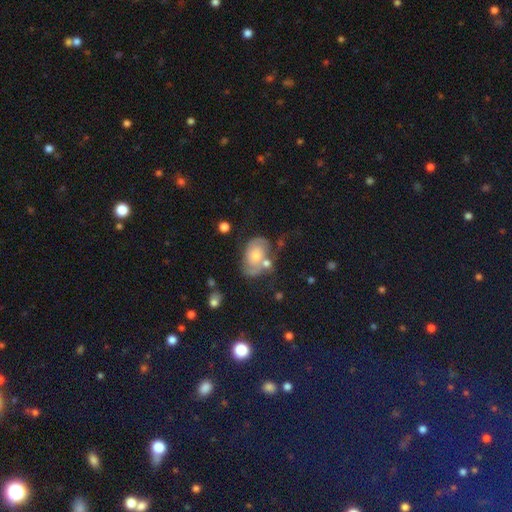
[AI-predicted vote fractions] Overall: featured or disk (66%; smooth 26%). Edge-on disk: no (97%). Bar: no (78%). Spiral arms: yes (83%). Spiral arm count: 2 (66%). Spiral winding: tight (44%; medium 39%). Bulge size: moderate (49%; small 40%). Merging: none (47%; minor disturbance 21%).